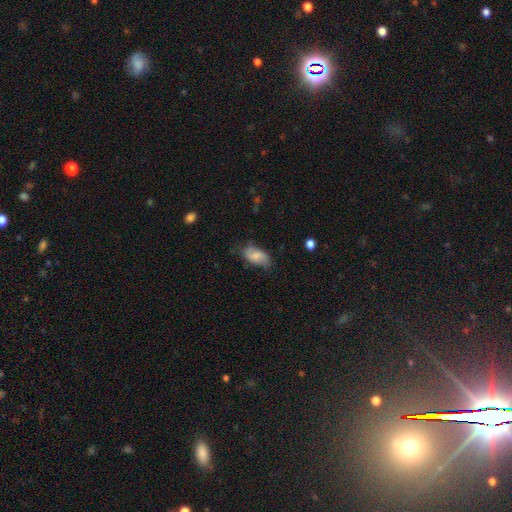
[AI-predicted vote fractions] Morphology: type=smooth (61%); roundness=in between (92%); merging=none (61%).